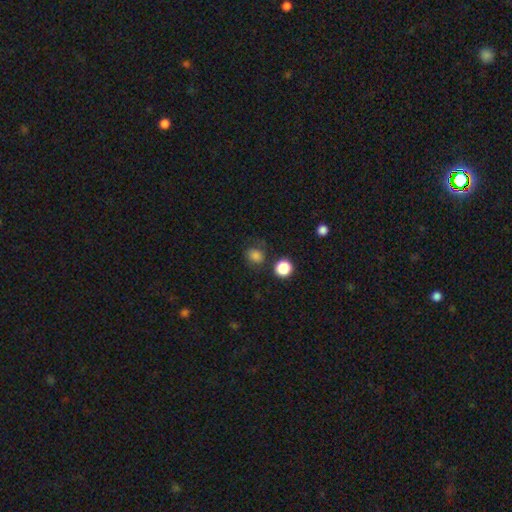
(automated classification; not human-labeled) Q: Smooth or featured?
A: smooth (79%); runner-up: star or artifact (14%)
Q: How rounded?
A: round (74%); runner-up: in between (25%)
Q: Merging?
A: none (67%); runner-up: minor disturbance (19%)